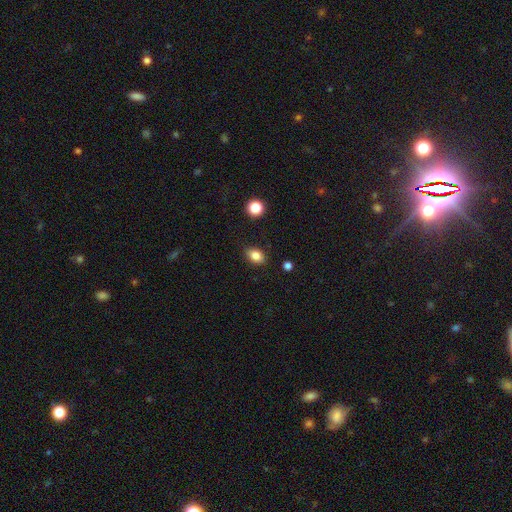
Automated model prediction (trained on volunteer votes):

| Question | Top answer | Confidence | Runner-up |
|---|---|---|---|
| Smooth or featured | smooth | 83% | star or artifact (10%) |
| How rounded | in between | 73% | round (26%) |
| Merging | none | 86% | minor disturbance (10%) |